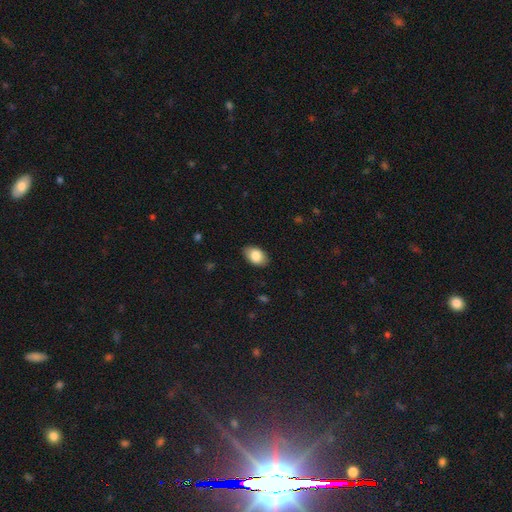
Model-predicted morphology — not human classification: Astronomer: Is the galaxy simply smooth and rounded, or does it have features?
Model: smooth — 84%.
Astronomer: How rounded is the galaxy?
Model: in between — 89%.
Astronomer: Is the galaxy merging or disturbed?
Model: none — 87%.